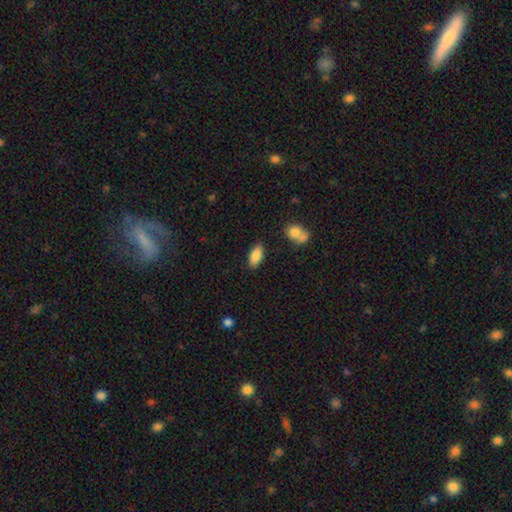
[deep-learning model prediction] The model was most divided on "merging": none: 82%, minor disturbance: 12%, merger: 3%, major disturbance: 3%. More confident: how rounded — in between (90%); smooth or featured — smooth (87%).